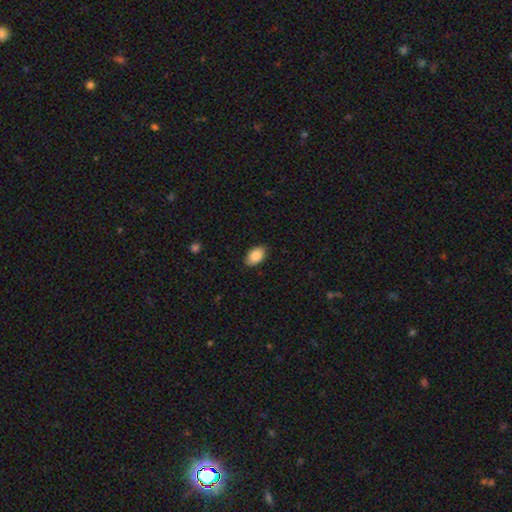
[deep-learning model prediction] Smooth or featured: smooth — 89% (star or artifact — 7%)
How rounded: in between — 91% (round — 7%)
Merging: none — 84% (minor disturbance — 13%)